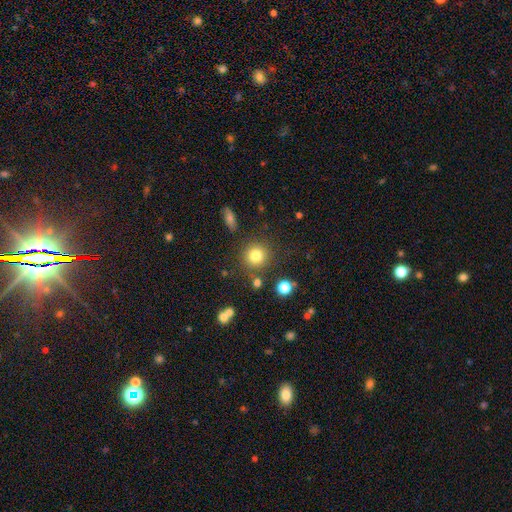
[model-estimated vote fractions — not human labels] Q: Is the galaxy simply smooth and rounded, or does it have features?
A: smooth — 80%.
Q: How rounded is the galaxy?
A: round — 92%.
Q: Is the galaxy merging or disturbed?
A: none — 82%.